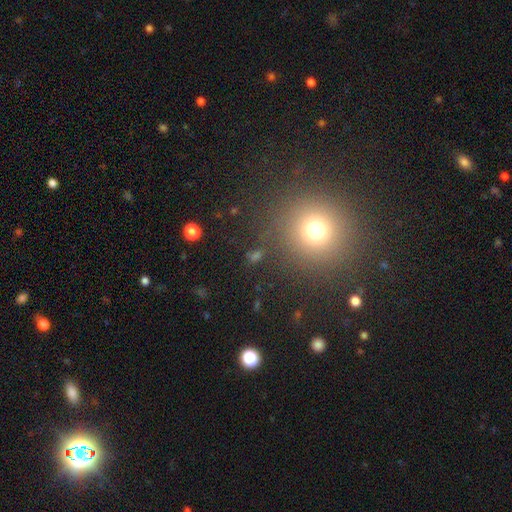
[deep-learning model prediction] Smooth or featured? Predicted: smooth (p=0.58). How rounded? Predicted: round (p=0.79). Merging? Predicted: none (p=0.83).